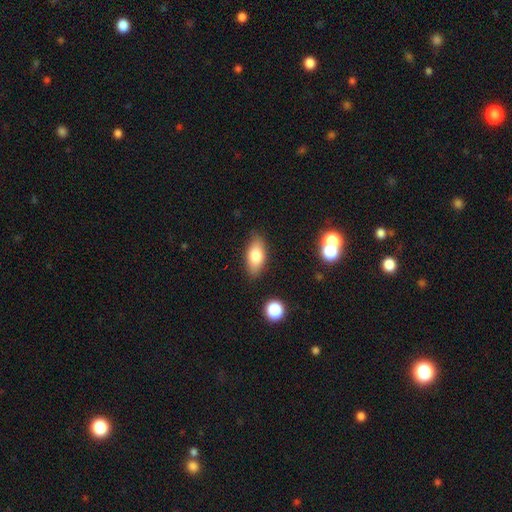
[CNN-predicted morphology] smooth-or-featured: smooth: 76% | featured or disk: 16% | star or artifact: 8%
  how-rounded: in between: 87% | cigar-shaped: 8% | round: 5%
  merging: none: 85% | minor disturbance: 11% | major disturbance: 2% | merger: 2%